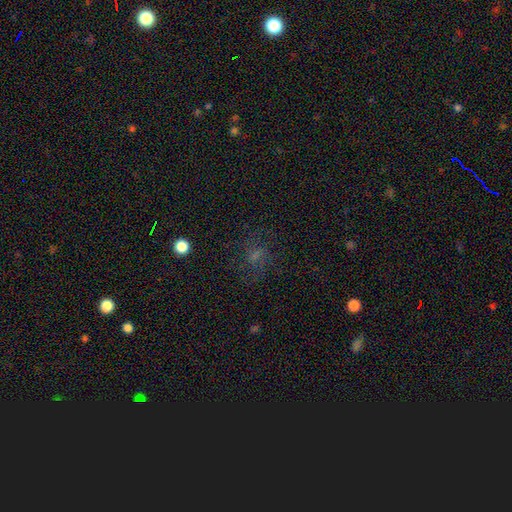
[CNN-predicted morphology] smooth-or-featured: smooth: 43% | star or artifact: 30% | featured or disk: 27%
  merging: none: 67% | minor disturbance: 16% | major disturbance: 15% | merger: 2%